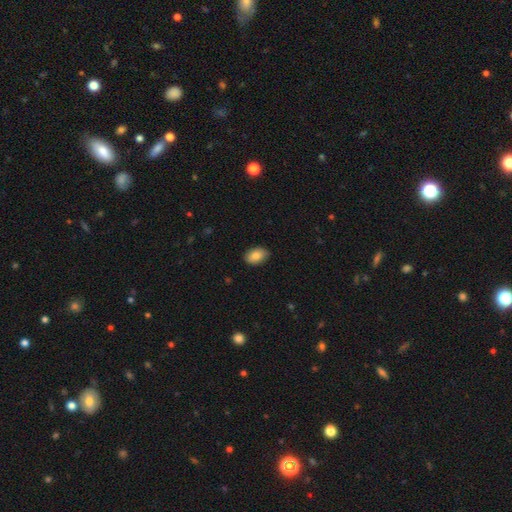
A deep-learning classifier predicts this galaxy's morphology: A smooth galaxy with no disk features (83%) that is in between round and cigar-shaped (86%).

Vote fractions:
- Smooth or featured? smooth: 83% / featured or disk: 10% / star or artifact: 7%
- How rounded? in between: 86% / round: 13% / cigar-shaped: 1%
- Merging? none: 86% / minor disturbance: 12% / major disturbance: 2% / merger: 1%